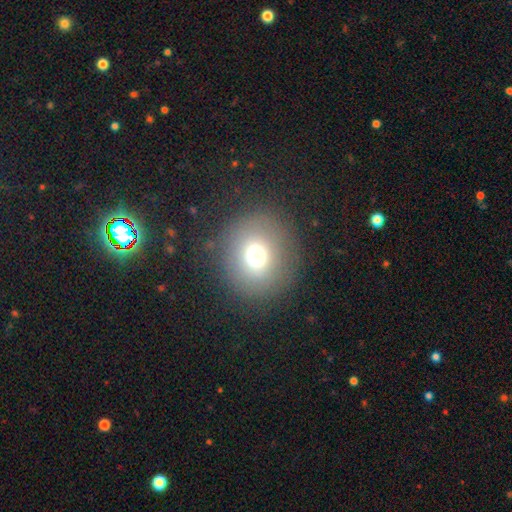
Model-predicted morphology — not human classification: Smooth or featured? Predicted: smooth (p=0.72). How rounded? Predicted: round (p=0.87). Merging? Predicted: none (p=0.86).